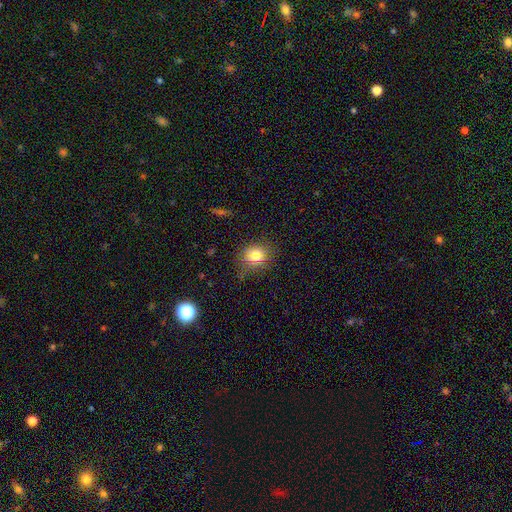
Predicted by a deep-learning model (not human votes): Morphology: type=smooth (71%); roundness=round (61%); merging=none (76%).